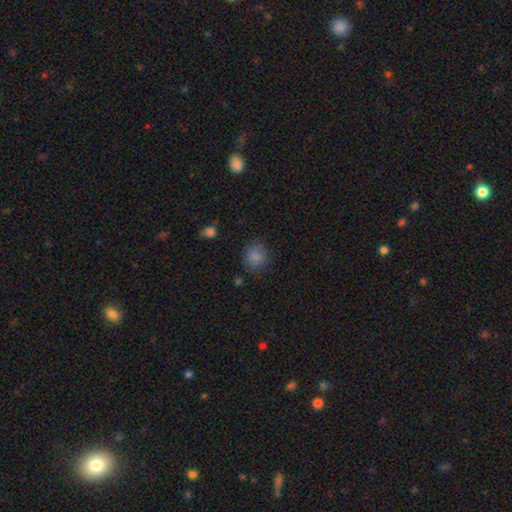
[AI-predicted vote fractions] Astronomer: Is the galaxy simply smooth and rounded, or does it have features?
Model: smooth — 82%.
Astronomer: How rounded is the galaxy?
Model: round — 86%.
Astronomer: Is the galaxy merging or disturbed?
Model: none — 85%.